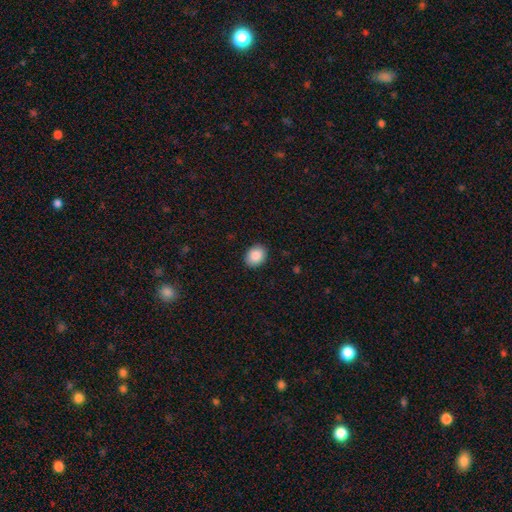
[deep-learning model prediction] Overall: smooth (88%). How rounded: in between (58%; round 42%). Merging: none (89%).